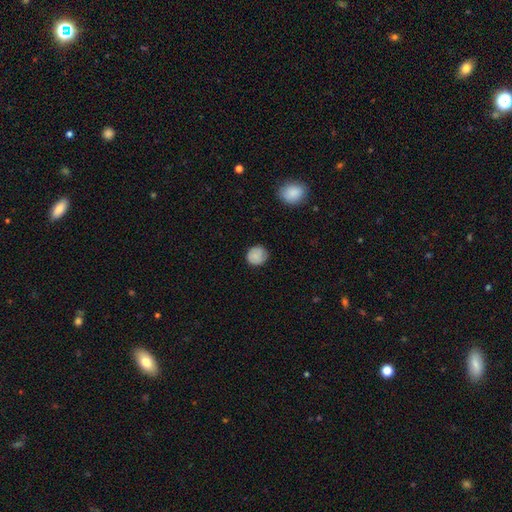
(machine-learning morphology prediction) smooth-or-featured: smooth: 80% | featured or disk: 11% | star or artifact: 8%
  how-rounded: round: 85% | in between: 14% | cigar-shaped: 1%
  merging: none: 78% | minor disturbance: 17% | major disturbance: 4% | merger: 1%